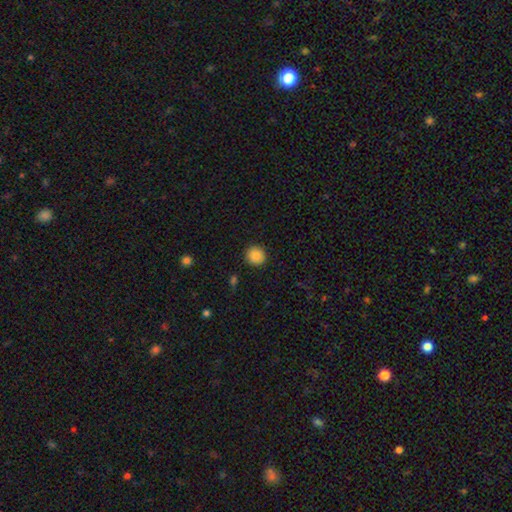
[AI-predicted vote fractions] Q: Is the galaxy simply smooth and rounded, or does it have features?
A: smooth — 85%.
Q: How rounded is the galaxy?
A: round — 92%.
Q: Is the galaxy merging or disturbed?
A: none — 90%.